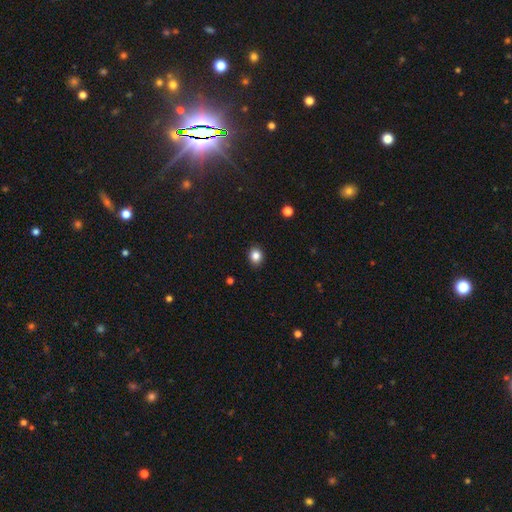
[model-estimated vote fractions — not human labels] Morphology: type=smooth (85%); roundness=round (65%); merging=none (90%).